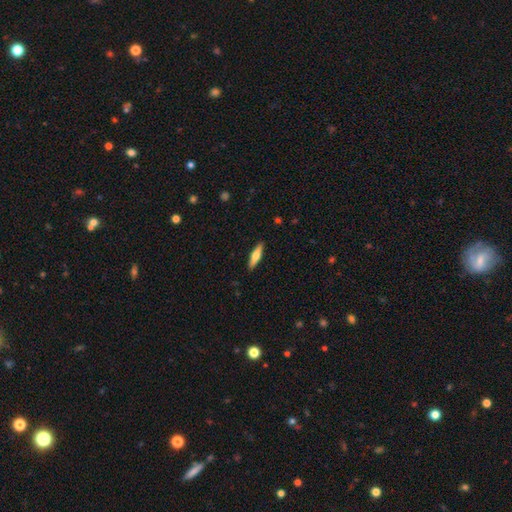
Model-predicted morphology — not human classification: The model was most divided on "smooth or featured": smooth: 58%, featured or disk: 37%, star or artifact: 6%. More confident: merging — none (90%); how rounded — cigar-shaped (70%).